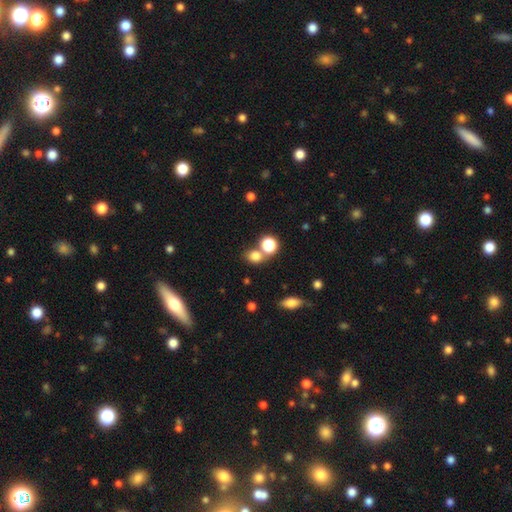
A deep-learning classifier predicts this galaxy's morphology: This appears to be a smooth galaxy with no disk features (77%) that is round (64%). Merging: none (58%).